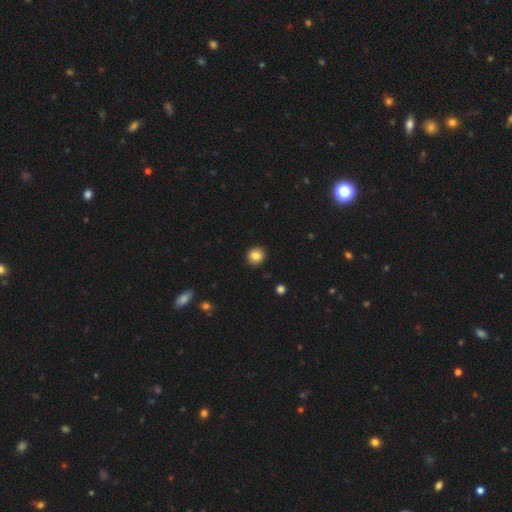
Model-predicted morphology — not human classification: Smooth or featured? Predicted: smooth (p=0.85). How rounded? Predicted: round (p=0.88). Merging? Predicted: none (p=0.92).